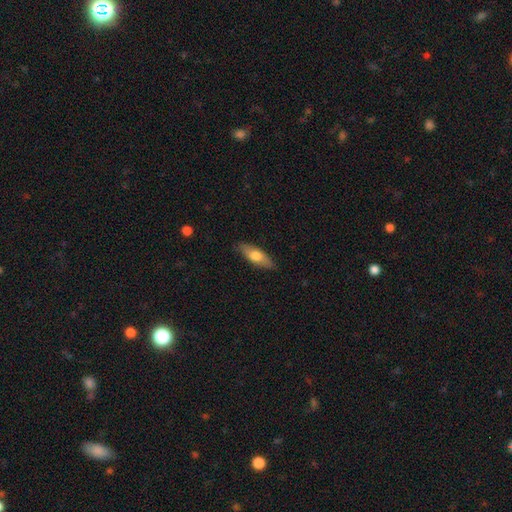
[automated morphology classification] A smooth galaxy with no disk features (64%) that is in between round and cigar-shaped (58%).

Vote fractions:
- Smooth or featured? smooth: 64% / featured or disk: 31% / star or artifact: 6%
- How rounded? in between: 58% / cigar-shaped: 39% / round: 3%
- Merging? none: 85% / minor disturbance: 11% / major disturbance: 2% / merger: 1%